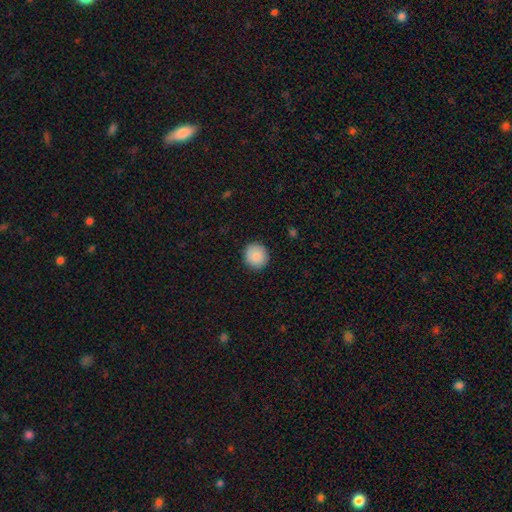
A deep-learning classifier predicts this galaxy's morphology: Smooth or featured?
  - smooth: 86% *
  - star or artifact: 8%
  - featured or disk: 6%
How rounded?
  - round: 89% *
  - in between: 10%
  - cigar-shaped: 1%
Merging?
  - none: 90% *
  - minor disturbance: 7%
  - major disturbance: 2%
  - merger: 1%